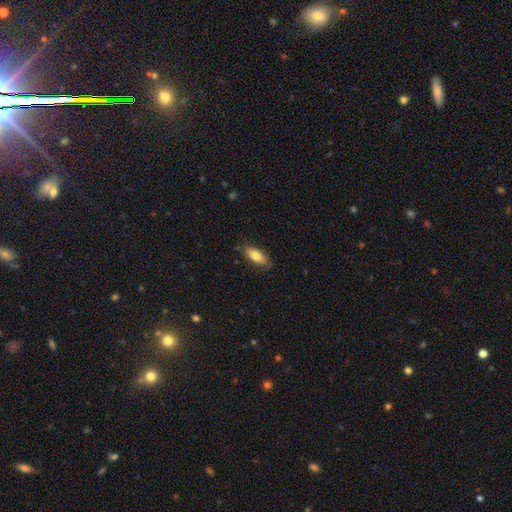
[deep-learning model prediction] The model was most divided on "how rounded": in between: 75%, cigar-shaped: 22%, round: 2%. More confident: merging — none (80%); smooth or featured — smooth (75%).